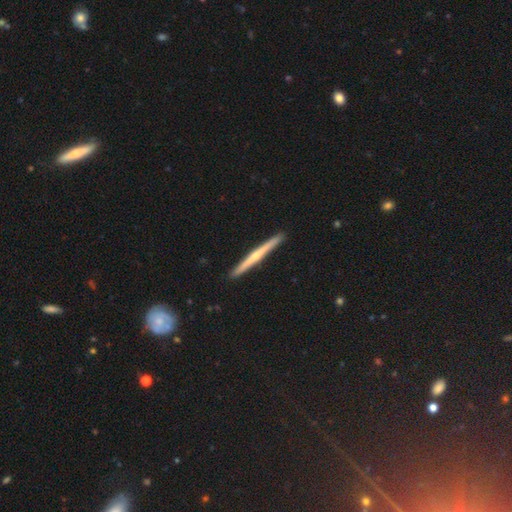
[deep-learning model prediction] This is likely a featured or disk galaxy (70%). It is clearly viewed edge-on (98%). Edge-on bulge: likely rounded (70%). Merging: clearly none (93%).